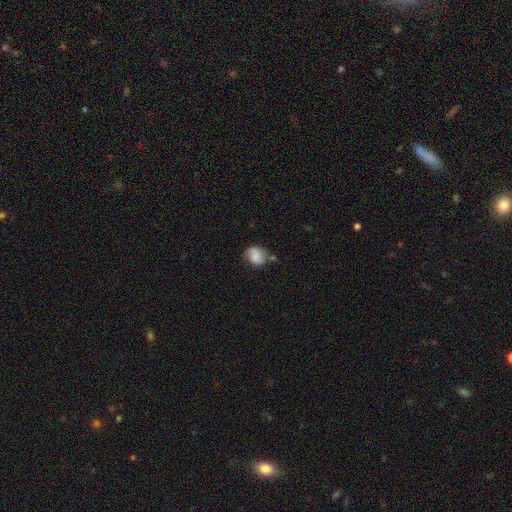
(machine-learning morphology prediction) smooth-or-featured: smooth: 60% | featured or disk: 30% | star or artifact: 9%
  how-rounded: round: 58% | in between: 41% | cigar-shaped: 1%
  merging: none: 54% | minor disturbance: 28% | major disturbance: 10% | merger: 9%